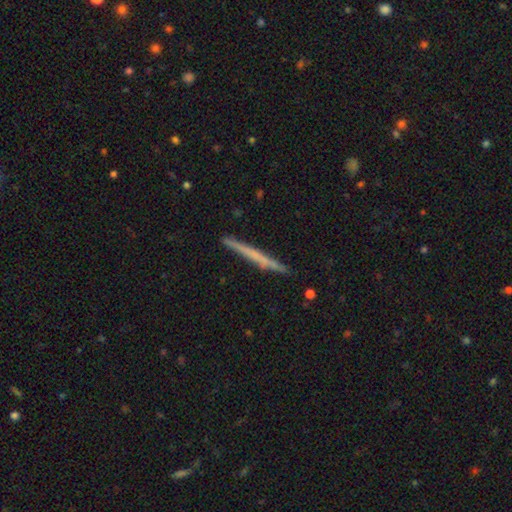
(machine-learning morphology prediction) Smooth or featured? Predicted: featured or disk (p=0.50). Merging? Predicted: none (p=0.91).